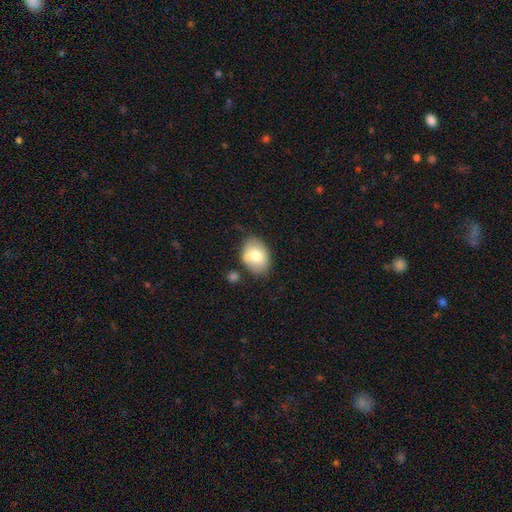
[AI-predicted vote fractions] This is likely a smooth galaxy (73%). How rounded: likely in between (75%). Merging: likely none (64%).